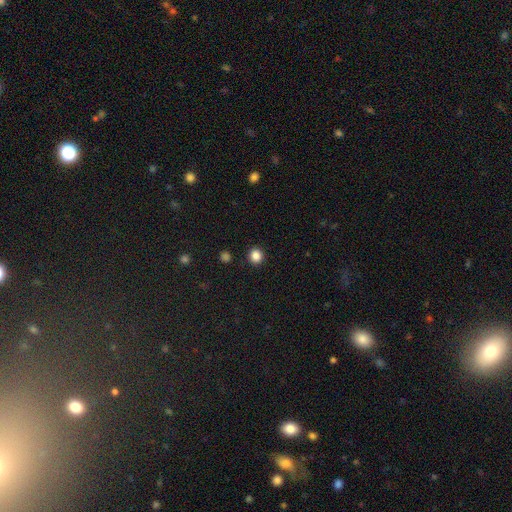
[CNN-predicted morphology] Smooth or featured?
  - smooth: 85% *
  - star or artifact: 11%
  - featured or disk: 3%
How rounded?
  - round: 89% *
  - in between: 10%
  - cigar-shaped: 1%
Merging?
  - none: 92% *
  - minor disturbance: 5%
  - major disturbance: 2%
  - merger: 1%